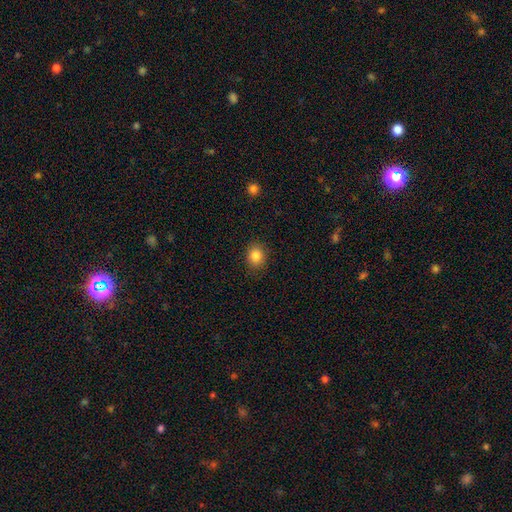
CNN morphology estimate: A smooth galaxy with no disk features (85%) that is round (62%).

Vote fractions:
- Smooth or featured? smooth: 85% / star or artifact: 10% / featured or disk: 5%
- How rounded? round: 62% / in between: 37% / cigar-shaped: 1%
- Merging? none: 87% / minor disturbance: 9% / major disturbance: 3% / merger: 1%